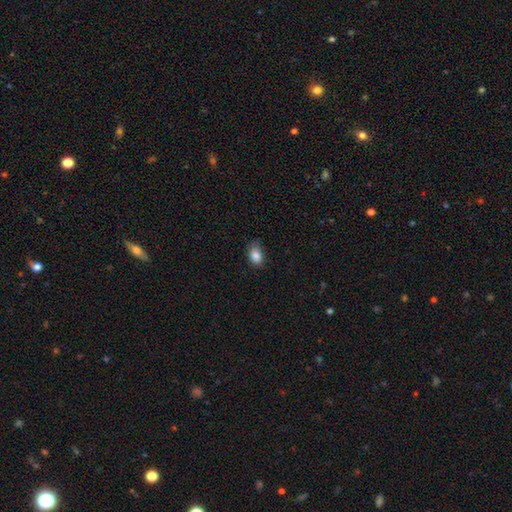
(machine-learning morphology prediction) This is clearly a smooth galaxy (85%). How rounded: clearly in between (81%). Merging: likely none (65%).